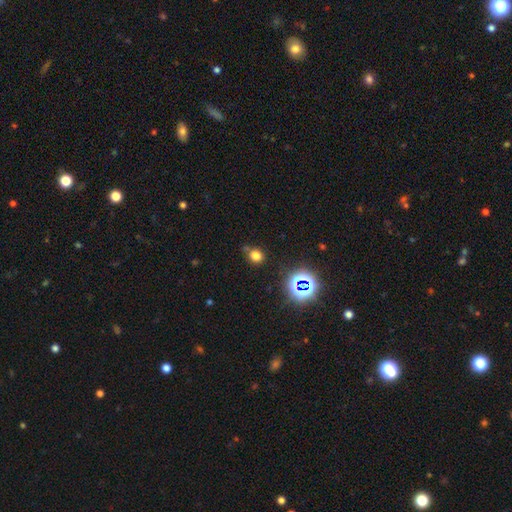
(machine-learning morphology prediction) smooth_or_featured: smooth (p=0.72) [alt: star or artifact p=0.21]
how_rounded: round (p=0.74) [alt: in between p=0.25]
merging: none (p=0.69) [alt: minor disturbance p=0.17]